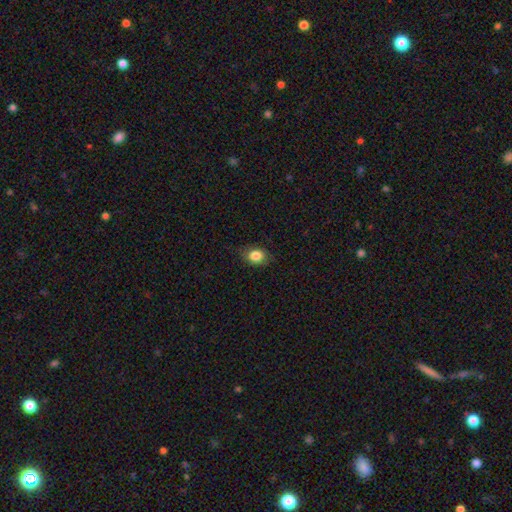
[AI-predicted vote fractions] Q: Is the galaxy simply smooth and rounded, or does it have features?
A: smooth — 85%.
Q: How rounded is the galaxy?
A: in between — 60%.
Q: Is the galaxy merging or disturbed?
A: none — 81%.